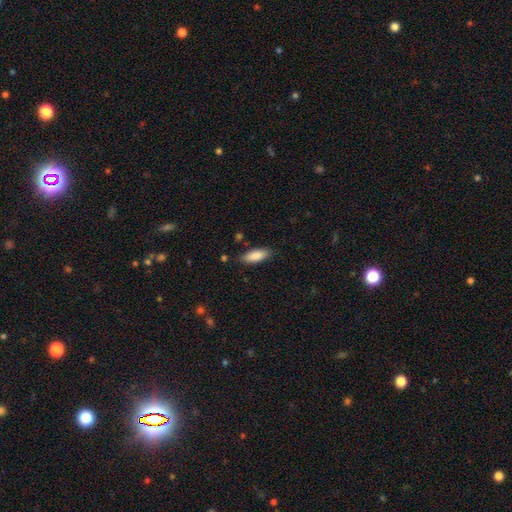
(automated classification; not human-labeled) A smooth galaxy with no disk features (86%) that is in between round and cigar-shaped (71%).

Vote fractions:
- Smooth or featured? smooth: 86% / featured or disk: 8% / star or artifact: 6%
- How rounded? in between: 71% / cigar-shaped: 27% / round: 2%
- Merging? none: 82% / minor disturbance: 13% / major disturbance: 3% / merger: 2%